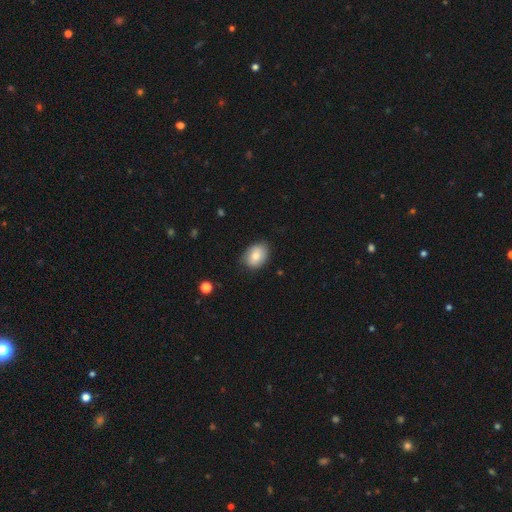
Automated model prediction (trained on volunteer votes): The model was most divided on "how rounded": in between: 69%, round: 30%, cigar-shaped: 1%. More confident: merging — none (79%); smooth or featured — smooth (77%).